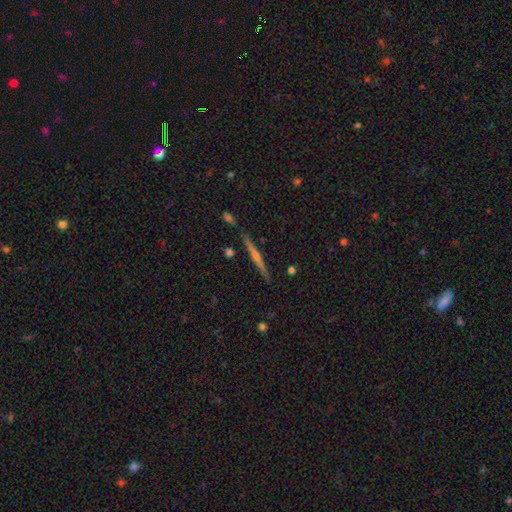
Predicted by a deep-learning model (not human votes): A featured or disk galaxy (74%) viewed edge-on (98%) with a rounded central bulge (72%).

Vote fractions:
- Smooth or featured? featured or disk: 74% / smooth: 20% / star or artifact: 7%
- Edge-on disk? yes: 98% / no: 2%
- Edge-on bulge? rounded: 72% / none: 21% / boxy: 7%
- Merging? none: 90% / minor disturbance: 7% / merger: 2% / major disturbance: 1%